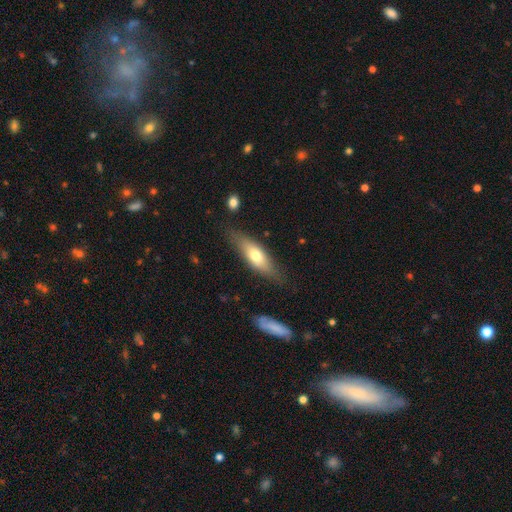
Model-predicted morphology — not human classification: A smooth galaxy with no disk features (63%) that is in between round and cigar-shaped (51%).

Vote fractions:
- Smooth or featured? smooth: 63% / featured or disk: 31% / star or artifact: 6%
- How rounded? in between: 51% / cigar-shaped: 47% / round: 2%
- Merging? none: 77% / minor disturbance: 16% / major disturbance: 4% / merger: 2%